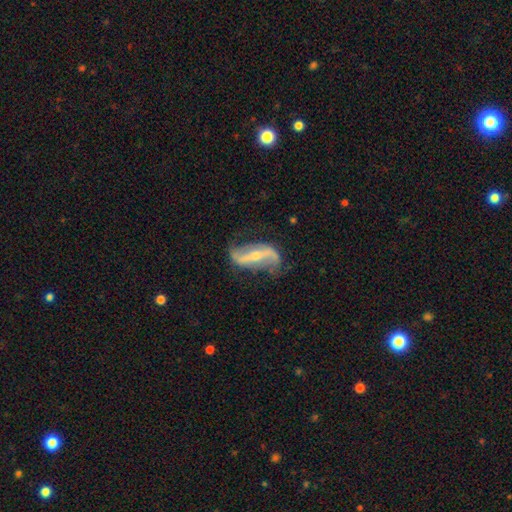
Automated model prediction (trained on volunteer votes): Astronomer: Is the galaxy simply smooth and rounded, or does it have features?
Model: featured or disk — 86%.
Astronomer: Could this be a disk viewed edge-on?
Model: no — 90%.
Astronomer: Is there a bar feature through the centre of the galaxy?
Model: strong — 65%.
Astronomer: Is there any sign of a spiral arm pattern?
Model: yes — 91%.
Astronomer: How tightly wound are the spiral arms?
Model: loose — 75%.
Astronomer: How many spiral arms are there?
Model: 2 — 90%.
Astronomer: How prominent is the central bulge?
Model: small — 62%.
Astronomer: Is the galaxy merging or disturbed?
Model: none — 67%.